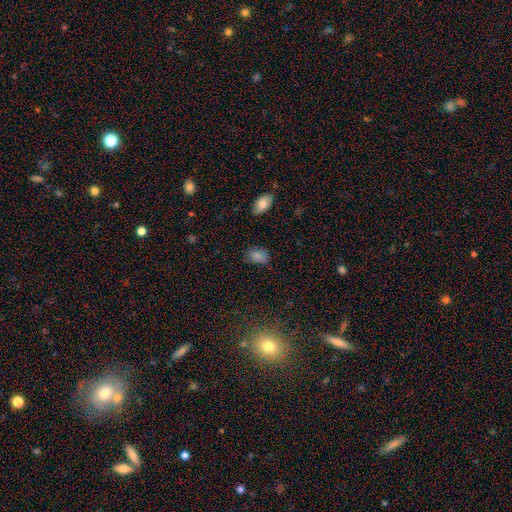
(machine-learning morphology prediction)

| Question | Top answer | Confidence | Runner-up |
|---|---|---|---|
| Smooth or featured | smooth | 78% | star or artifact (14%) |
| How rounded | in between | 87% | round (12%) |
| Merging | none | 73% | minor disturbance (20%) |